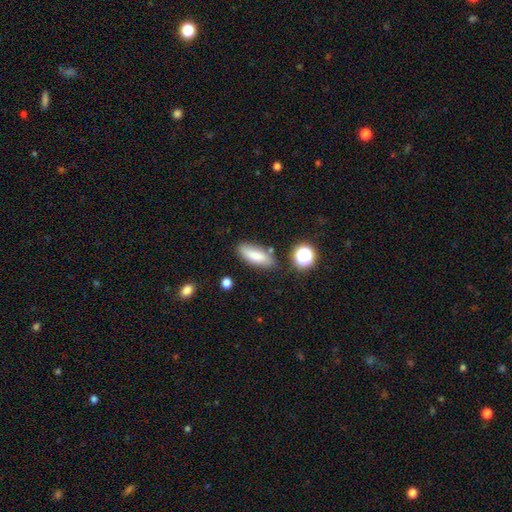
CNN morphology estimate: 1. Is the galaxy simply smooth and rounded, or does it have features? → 80% smooth, 11% featured or disk, 9% star or artifact.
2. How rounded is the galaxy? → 65% in between, 32% cigar-shaped, 3% round.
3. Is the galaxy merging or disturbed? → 78% none, 13% minor disturbance, 5% merger, 3% major disturbance.